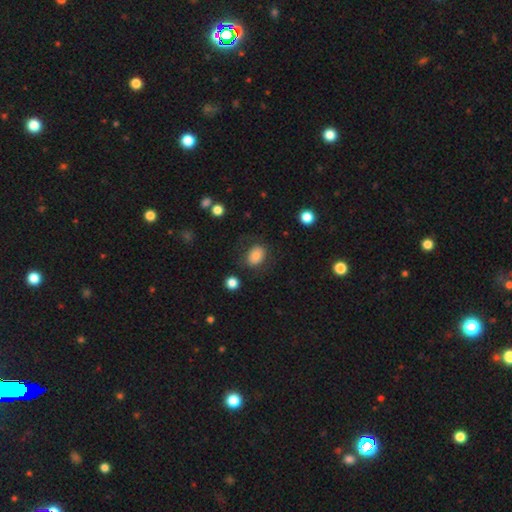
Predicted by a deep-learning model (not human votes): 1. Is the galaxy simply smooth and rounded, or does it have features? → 80% smooth, 11% featured or disk, 9% star or artifact.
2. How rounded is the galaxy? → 70% in between, 28% round, 1% cigar-shaped.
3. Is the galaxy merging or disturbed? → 74% none, 15% minor disturbance, 9% major disturbance, 2% merger.